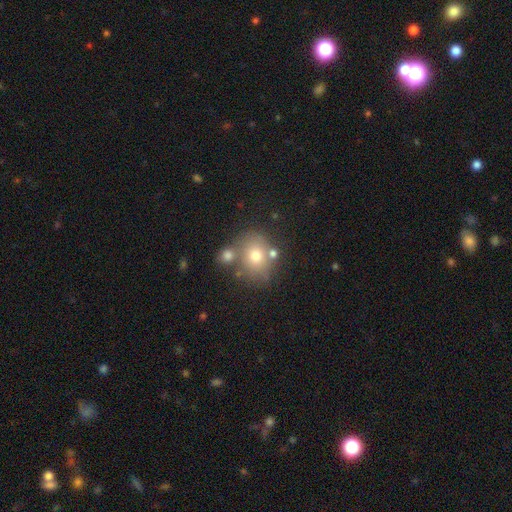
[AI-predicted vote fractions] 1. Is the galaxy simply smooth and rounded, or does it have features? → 70% smooth, 17% featured or disk, 13% star or artifact.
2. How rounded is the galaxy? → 71% round, 28% in between, 1% cigar-shaped.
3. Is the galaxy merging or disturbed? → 59% none, 22% merger, 13% minor disturbance, 5% major disturbance.